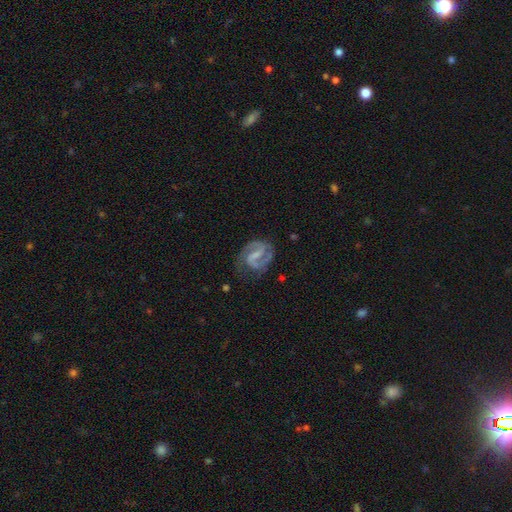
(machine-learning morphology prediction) This is clearly a featured or disk galaxy (89%). It is clearly not viewed edge-on (98%). Bar: marginally weak (45%). Spiral arm pattern: clearly yes (97%). Spiral arm count: clearly 2 (91%). Spiral winding: possibly medium (56%). Central bulge: marginally small (40%). Merging: likely none (73%).